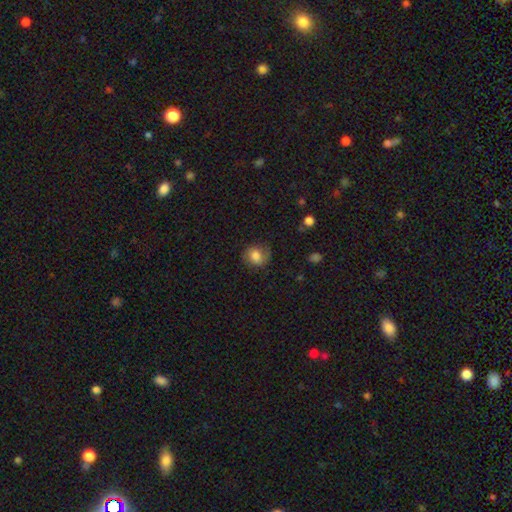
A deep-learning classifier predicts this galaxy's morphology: type=smooth (68%); roundness=round (66%); merging=none (69%).